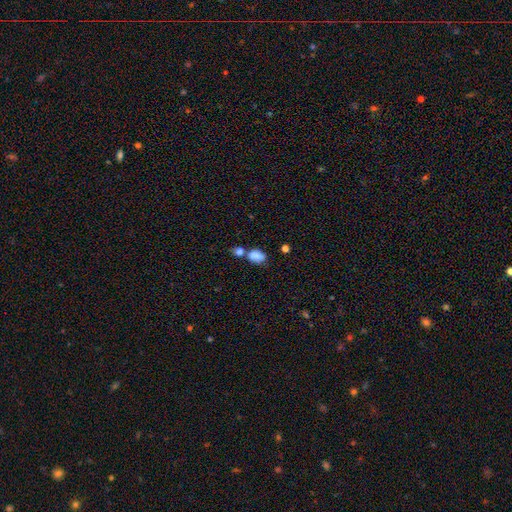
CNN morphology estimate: The model was most divided on "merging": merger: 42%, none: 35%, minor disturbance: 15%, major disturbance: 7%. More confident: smooth or featured — smooth (80%); how rounded — in between (79%).